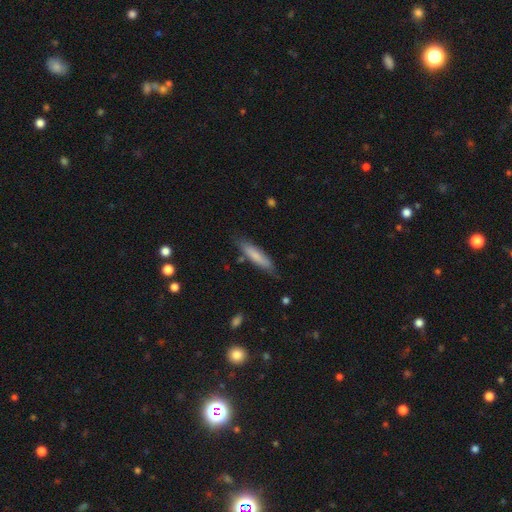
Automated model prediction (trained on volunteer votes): Smooth or featured?
  - smooth: 75% *
  - featured or disk: 19%
  - star or artifact: 6%
How rounded?
  - cigar-shaped: 80% *
  - in between: 19%
  - round: 1%
Merging?
  - none: 78% *
  - minor disturbance: 17%
  - major disturbance: 3%
  - merger: 2%